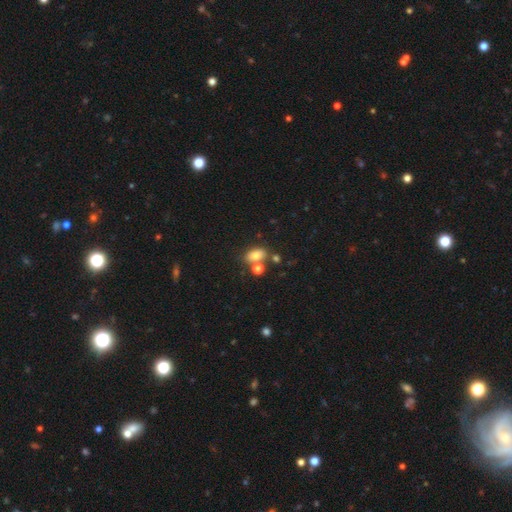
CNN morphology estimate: This is likely a smooth galaxy (78%). How rounded: clearly in between (82%). Merging: possibly none (59%).